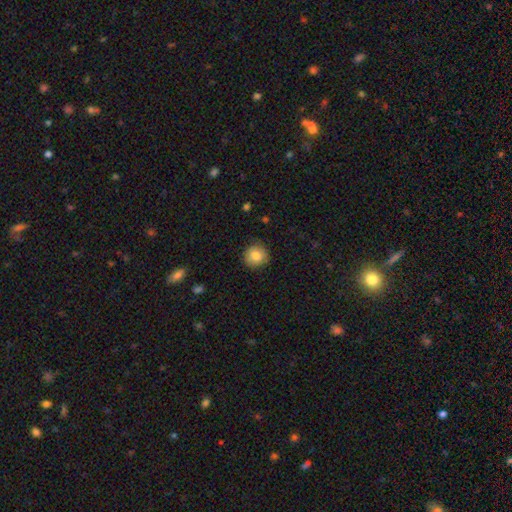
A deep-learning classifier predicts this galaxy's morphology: Overall: smooth (82%). How rounded: round (90%). Merging: none (88%).